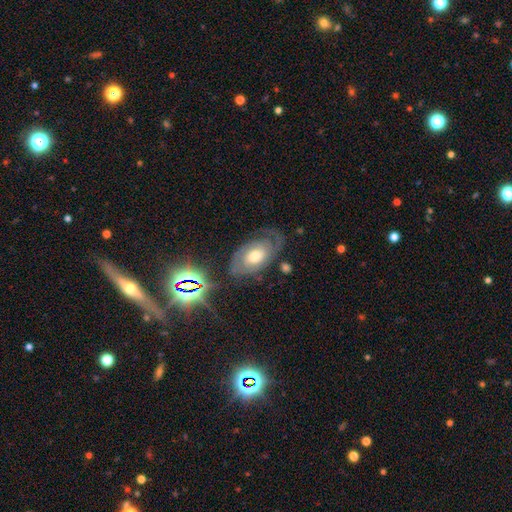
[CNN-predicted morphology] smooth-or-featured: featured or disk: 74% | smooth: 17% | star or artifact: 8%
  disk-edge-on: no: 95% | yes: 5%
    bar: no: 71% | weak: 24% | strong: 5%
    has-spiral-arms: yes: 89% | no: 11%
      spiral-winding: tight: 56% | medium: 32% | loose: 12%
      spiral-arm-count: 2: 56% | can't tell: 25% | 1: 9% | 3: 5% | 4: 2% | more than 4: 2%
    bulge-size: moderate: 66% | large: 18% | small: 13% | dominant: 2% | none: 2%
  merging: none: 63% | minor disturbance: 20% | major disturbance: 14% | merger: 3%